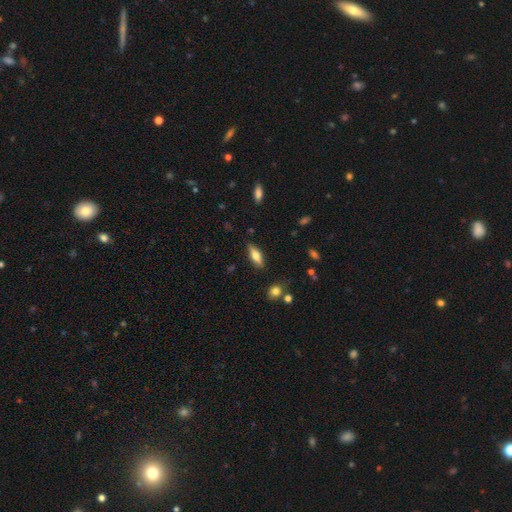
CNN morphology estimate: type=smooth (64%); roundness=in between (58%); merging=none (84%).